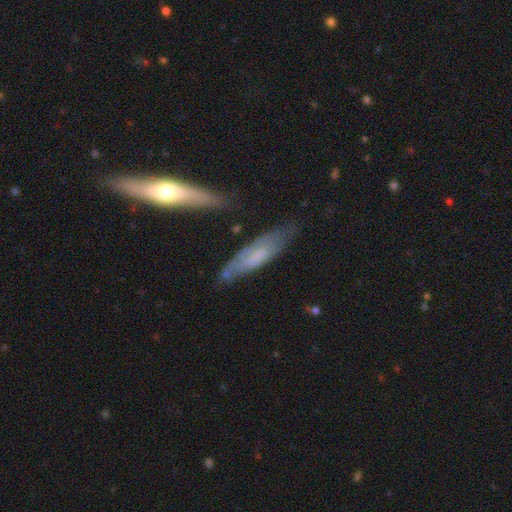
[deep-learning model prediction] This is possibly a smooth galaxy (47%). Merging: likely none (67%).